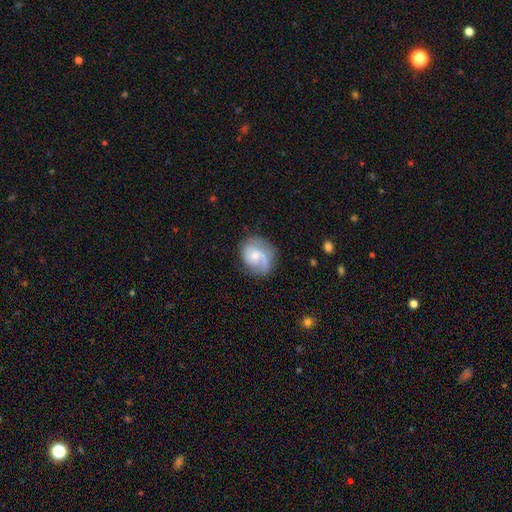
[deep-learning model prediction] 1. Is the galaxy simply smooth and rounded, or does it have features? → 68% featured or disk, 25% smooth, 7% star or artifact.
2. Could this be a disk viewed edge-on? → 98% no, 2% yes.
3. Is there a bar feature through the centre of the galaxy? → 62% no, 33% weak, 5% strong.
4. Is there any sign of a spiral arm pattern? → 92% yes, 8% no.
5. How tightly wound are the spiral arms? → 44% medium, 33% loose, 23% tight.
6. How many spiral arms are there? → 54% 2, 33% 1, 8% can't tell, 3% 3, 1% 4, 1% more than 4.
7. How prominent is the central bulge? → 46% small, 45% moderate, 5% none, 4% large, 1% dominant.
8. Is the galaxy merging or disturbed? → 64% none, 22% minor disturbance, 12% major disturbance, 2% merger.